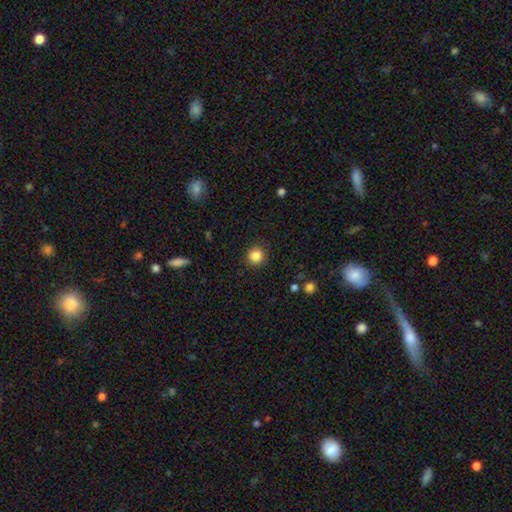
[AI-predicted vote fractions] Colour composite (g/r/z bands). It shows a smooth galaxy with no disk features (84%) that is round (94%). Merging: none (91%).